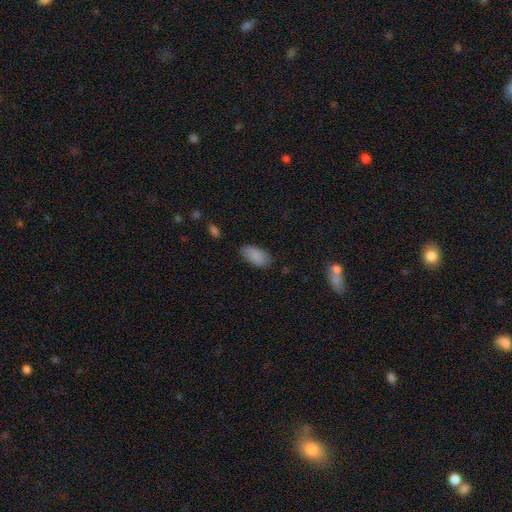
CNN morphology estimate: smooth 87%, star or artifact 7%, featured or disk 6%. Down the decision tree: how rounded — in between (94%); merging — none (80%).